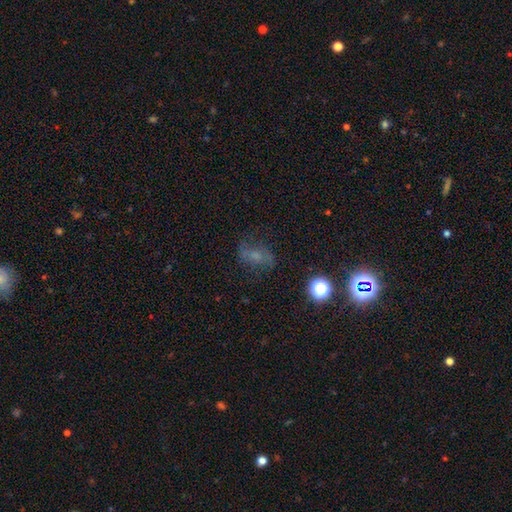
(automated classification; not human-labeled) This appears to be a featured or disk galaxy (42%). Merging: none (64%).